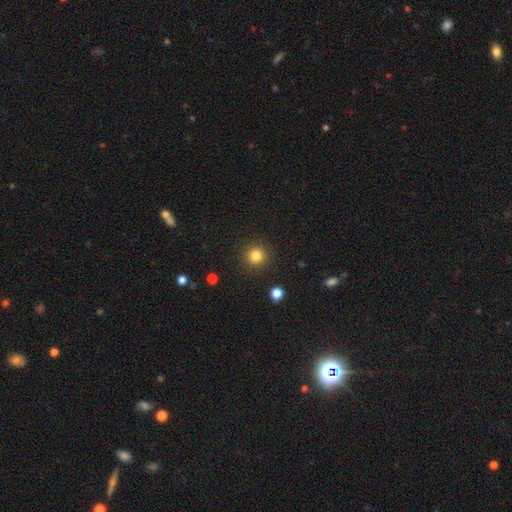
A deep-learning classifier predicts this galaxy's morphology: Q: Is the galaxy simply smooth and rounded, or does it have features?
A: smooth — 82%.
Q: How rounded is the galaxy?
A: round — 95%.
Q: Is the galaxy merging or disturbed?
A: none — 91%.